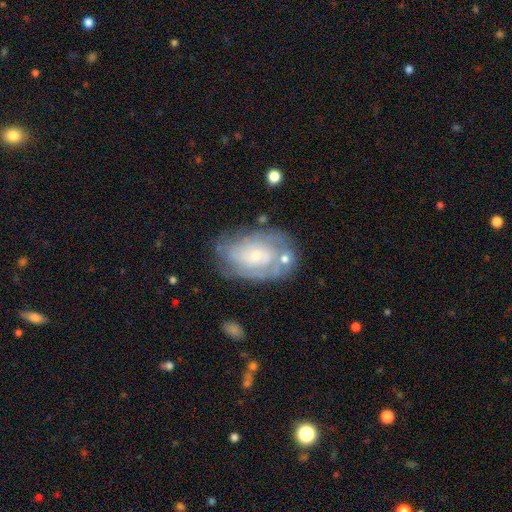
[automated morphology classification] Smooth or featured? featured or disk (69%)
Edge-on disk? no (95%)
Bar? no (73%)
Spiral arms? yes (77%)
Spiral winding? tight (63%)
Spiral arm count? can't tell (56%)
Bulge size? small (63%)
Merging? none (64%)